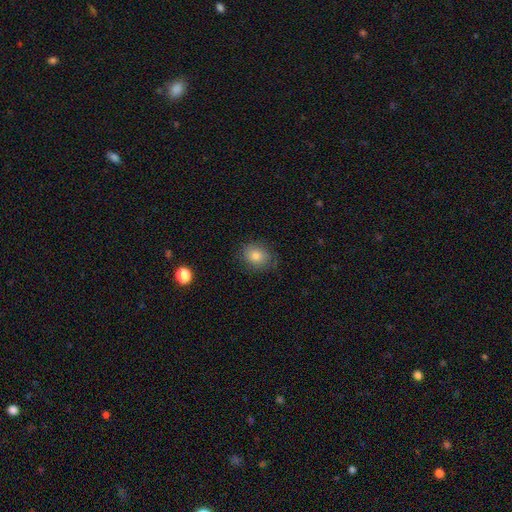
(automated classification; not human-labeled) Smooth or featured? Predicted: smooth (p=0.80). How rounded? Predicted: round (p=0.58). Merging? Predicted: none (p=0.80).